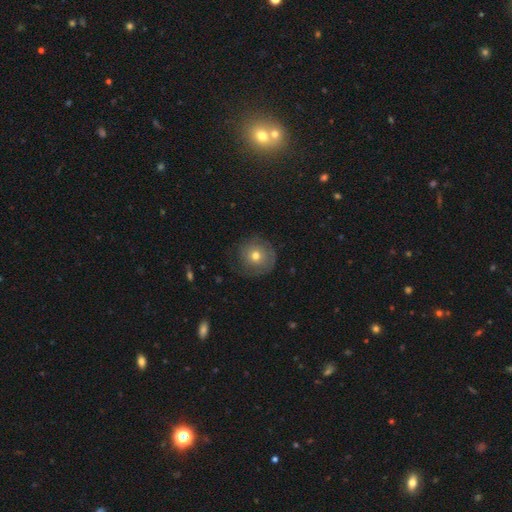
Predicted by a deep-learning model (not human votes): Smooth or featured? smooth (51%)
How rounded? round (91%)
Merging? none (71%)